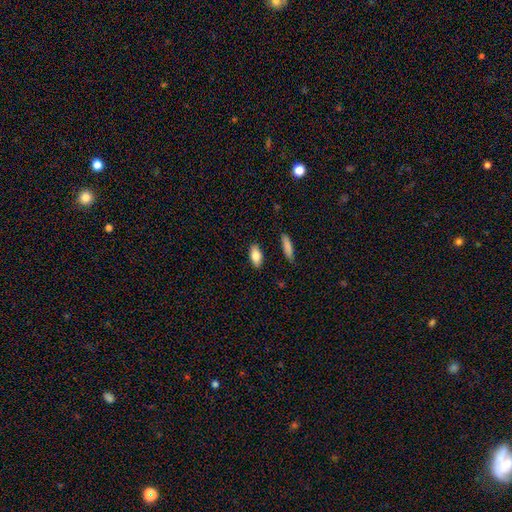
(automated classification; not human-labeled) A smooth galaxy with no disk features (80%) that is in between round and cigar-shaped (85%).

Vote fractions:
- Smooth or featured? smooth: 80% / featured or disk: 13% / star or artifact: 7%
- How rounded? in between: 85% / cigar-shaped: 11% / round: 3%
- Merging? none: 86% / minor disturbance: 10% / merger: 2% / major disturbance: 2%